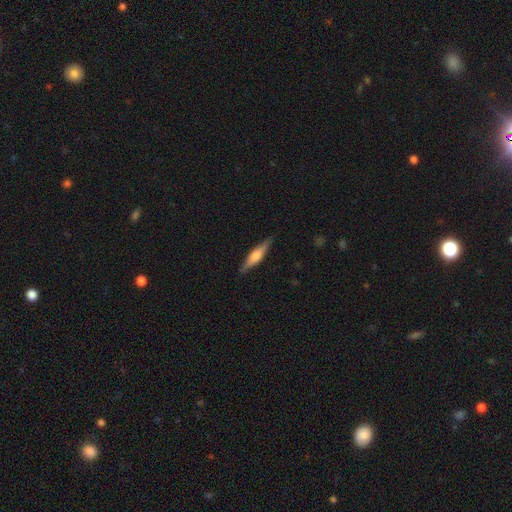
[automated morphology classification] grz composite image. It shows a featured or disk galaxy (49%). Merging: none (86%).